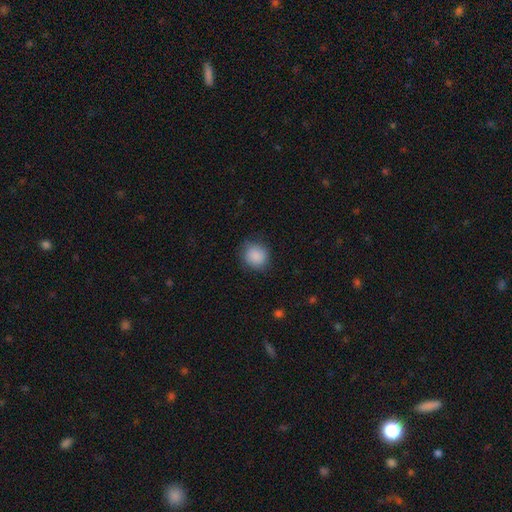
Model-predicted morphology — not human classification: Smooth or featured?
  - smooth: 88% *
  - star or artifact: 8%
  - featured or disk: 4%
How rounded?
  - round: 78% *
  - in between: 21%
  - cigar-shaped: 1%
Merging?
  - none: 79% *
  - minor disturbance: 16%
  - major disturbance: 4%
  - merger: 1%